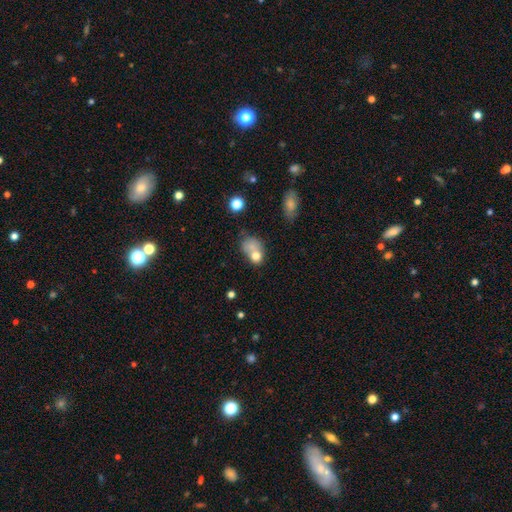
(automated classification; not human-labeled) The model was most divided on "how rounded": in between: 56%, round: 43%, cigar-shaped: 1%. More confident: smooth or featured — smooth (70%); merging — merger (51%).